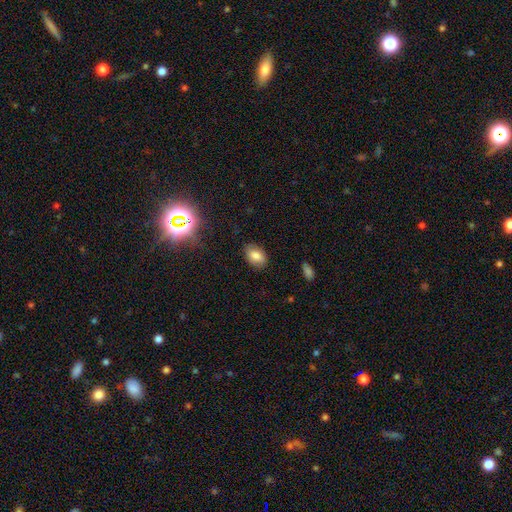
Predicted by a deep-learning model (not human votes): Smooth or featured? Predicted: smooth (p=0.79). How rounded? Predicted: in between (p=0.85). Merging? Predicted: none (p=0.83).